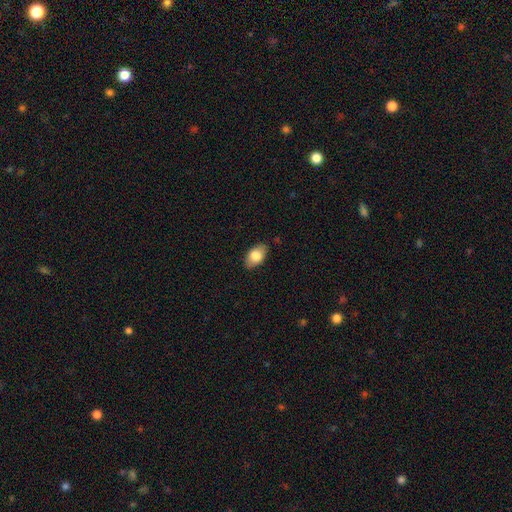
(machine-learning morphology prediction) Overall: smooth (80%). How rounded: in between (91%). Merging: none (83%).